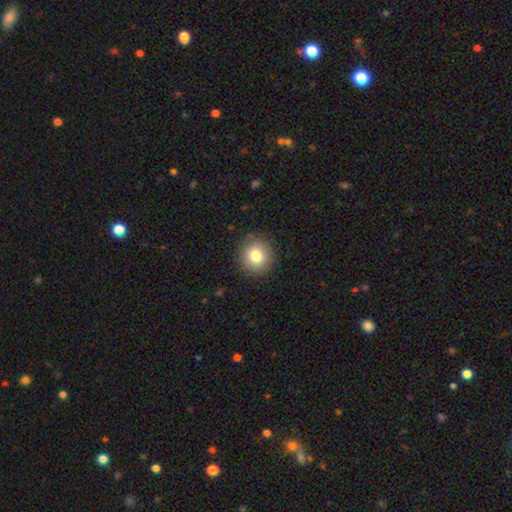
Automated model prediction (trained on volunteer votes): smooth_or_featured: smooth (p=0.80) [alt: star or artifact p=0.10]
how_rounded: round (p=0.90) [alt: in between p=0.10]
merging: none (p=0.89) [alt: minor disturbance p=0.08]